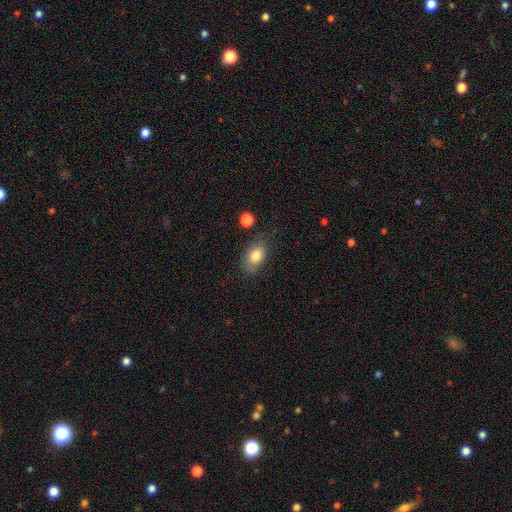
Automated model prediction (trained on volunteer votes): Overall: smooth (81%). How rounded: in between (84%). Merging: none (72%).